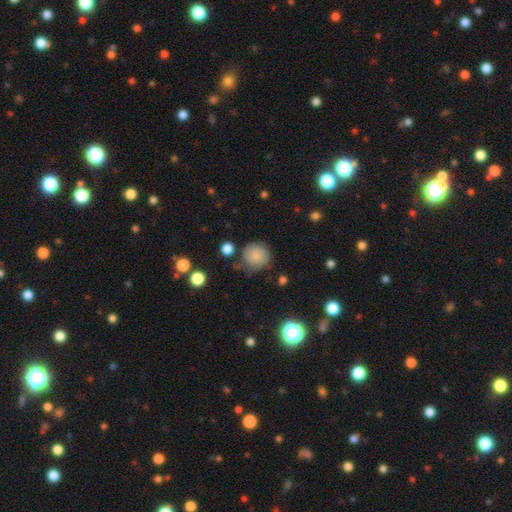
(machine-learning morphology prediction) Overall: smooth (81%). How rounded: round (90%). Merging: none (63%; minor disturbance 24%).